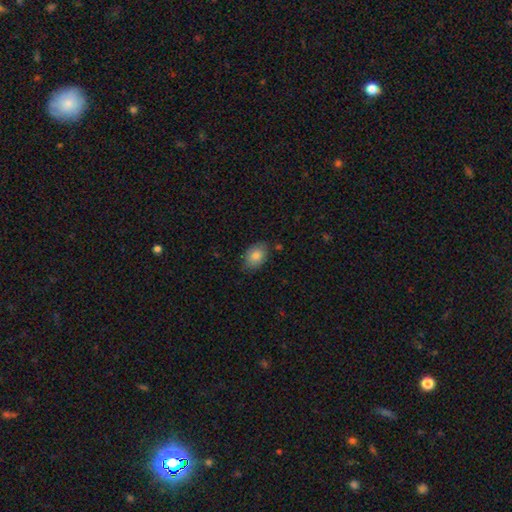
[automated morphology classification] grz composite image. It shows a smooth galaxy with no disk features (83%) that is in between round and cigar-shaped (79%). Merging: none (79%).